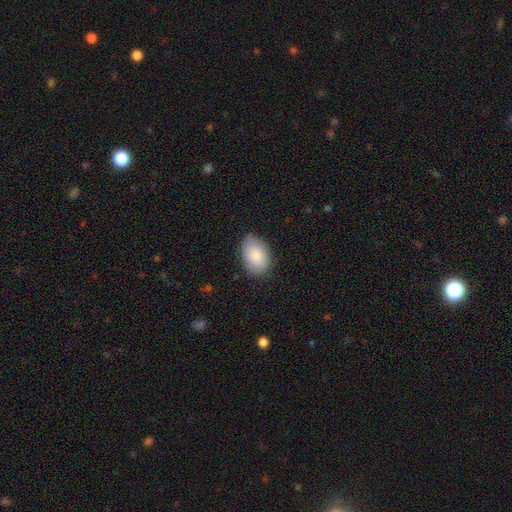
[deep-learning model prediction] This is clearly a smooth galaxy (86%). How rounded: clearly in between (89%). Merging: likely none (78%).